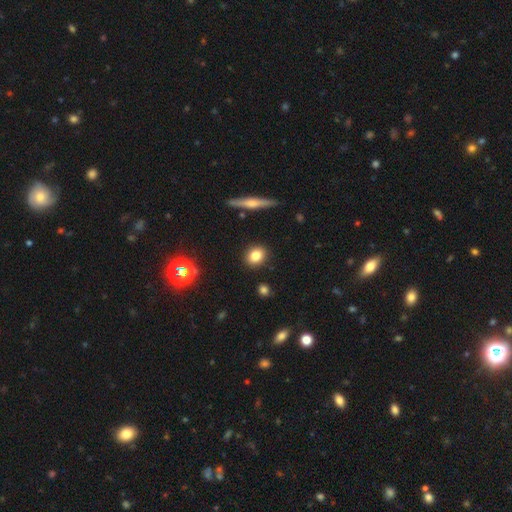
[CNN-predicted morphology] Q: Smooth or featured?
A: smooth (81%); runner-up: star or artifact (10%)
Q: How rounded?
A: round (62%); runner-up: in between (36%)
Q: Merging?
A: none (90%); runner-up: minor disturbance (7%)